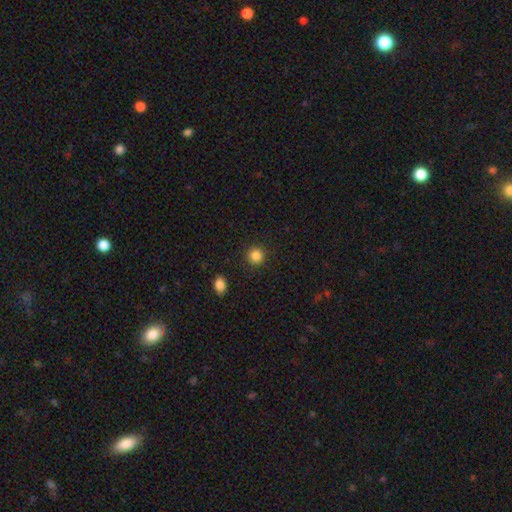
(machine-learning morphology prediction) This is clearly a smooth galaxy (86%). How rounded: clearly round (92%). Merging: clearly none (91%).